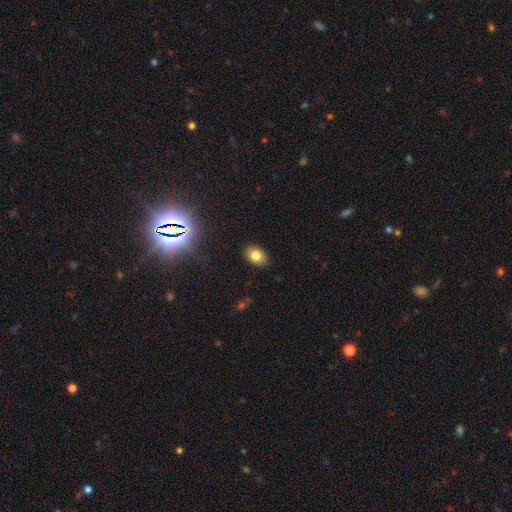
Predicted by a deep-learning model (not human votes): smooth 80%, star or artifact 11%, featured or disk 9%. Down the decision tree: how rounded — in between (74%); merging — none (89%).